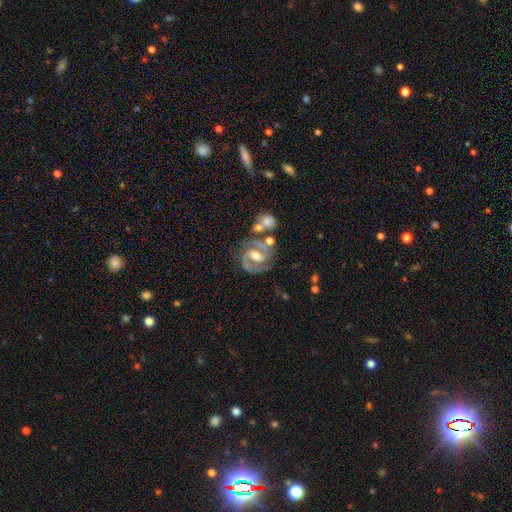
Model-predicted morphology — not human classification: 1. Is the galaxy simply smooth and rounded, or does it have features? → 89% featured or disk, 5% star or artifact, 5% smooth.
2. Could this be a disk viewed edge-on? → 98% no, 2% yes.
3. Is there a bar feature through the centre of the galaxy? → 43% weak, 38% strong, 18% no.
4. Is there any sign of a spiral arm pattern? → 97% yes, 3% no.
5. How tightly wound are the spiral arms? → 55% medium, 36% tight, 9% loose.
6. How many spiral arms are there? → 90% 2, 4% 3, 3% can't tell, 2% 1, 1% 4, 1% more than 4.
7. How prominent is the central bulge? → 61% moderate, 29% small, 6% large, 3% none, 1% dominant.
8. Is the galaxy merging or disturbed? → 66% none, 16% minor disturbance, 11% merger, 7% major disturbance.